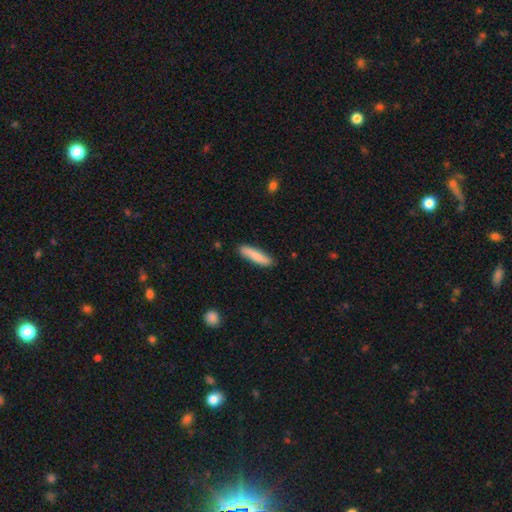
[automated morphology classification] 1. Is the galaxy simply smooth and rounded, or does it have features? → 78% smooth, 17% featured or disk, 5% star or artifact.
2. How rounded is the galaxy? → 80% cigar-shaped, 18% in between, 2% round.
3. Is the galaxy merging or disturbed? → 85% none, 11% minor disturbance, 2% major disturbance, 2% merger.